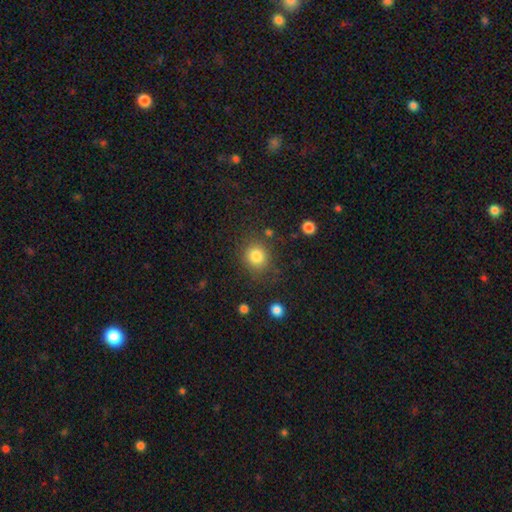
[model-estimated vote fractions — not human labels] A smooth galaxy with no disk features (83%) that is round (83%). Merging: none (80%).